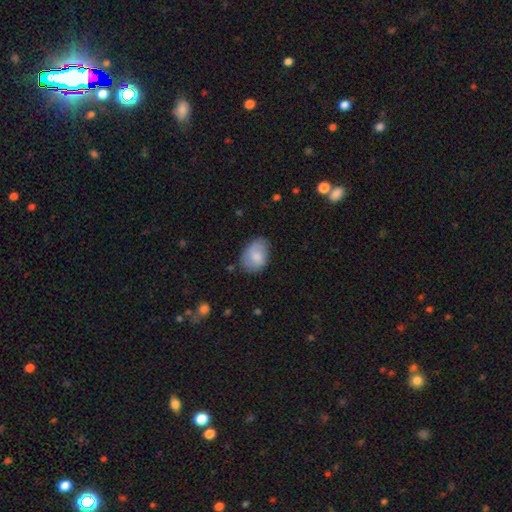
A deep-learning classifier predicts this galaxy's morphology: Smooth or featured?
  - smooth: 72% *
  - featured or disk: 21%
  - star or artifact: 6%
How rounded?
  - in between: 80% *
  - round: 19%
  - cigar-shaped: 1%
Merging?
  - none: 70% *
  - minor disturbance: 23%
  - major disturbance: 6%
  - merger: 2%